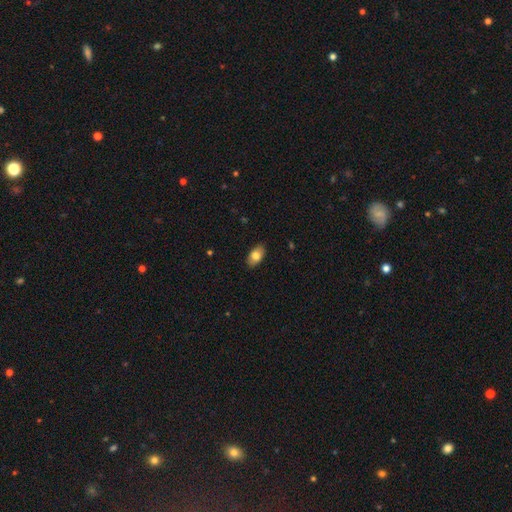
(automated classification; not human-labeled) Smooth or featured?
  - smooth: 78% *
  - featured or disk: 15%
  - star or artifact: 7%
How rounded?
  - in between: 92% *
  - round: 5%
  - cigar-shaped: 2%
Merging?
  - none: 87% *
  - minor disturbance: 10%
  - major disturbance: 2%
  - merger: 1%